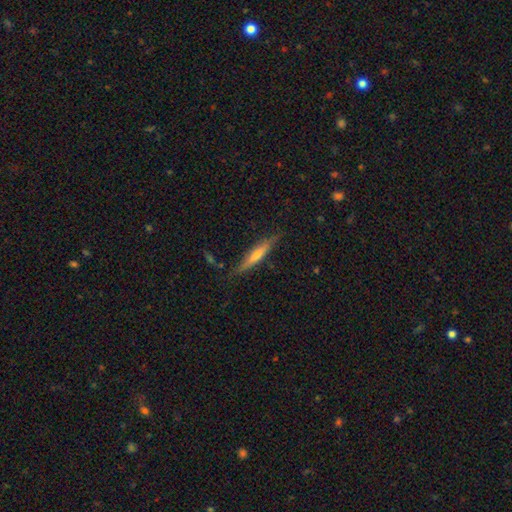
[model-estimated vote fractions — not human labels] Smooth or featured: featured or disk — 47% (tied with smooth — 47%)
Merging: none — 79% (minor disturbance — 15%)